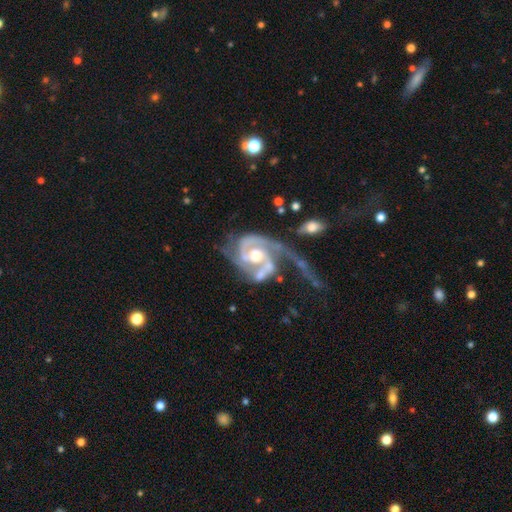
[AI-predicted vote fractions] A featured or disk galaxy (91%) with no bar (48%), 2 (74%) medium (46%) spiral arms (96%) and a moderate central bulge (70%). Merging: merger (34%).